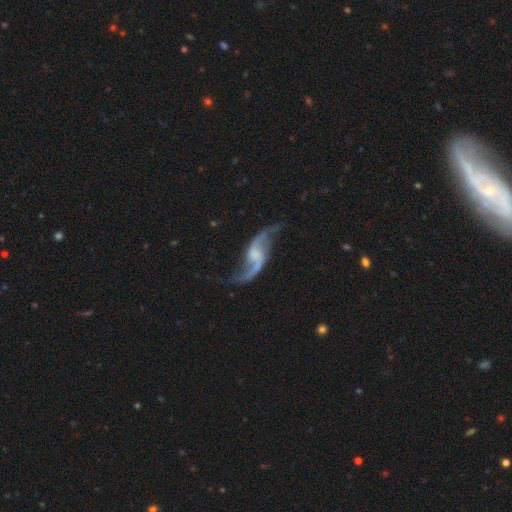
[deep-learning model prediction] Overall: featured or disk (90%). Edge-on disk: no (96%). Bar: weak (45%; no 38%). Spiral arms: yes (97%). Spiral arm count: 2 (94%). Spiral winding: loose (88%). Bulge size: none (41%; small 29%). Merging: none (71%).